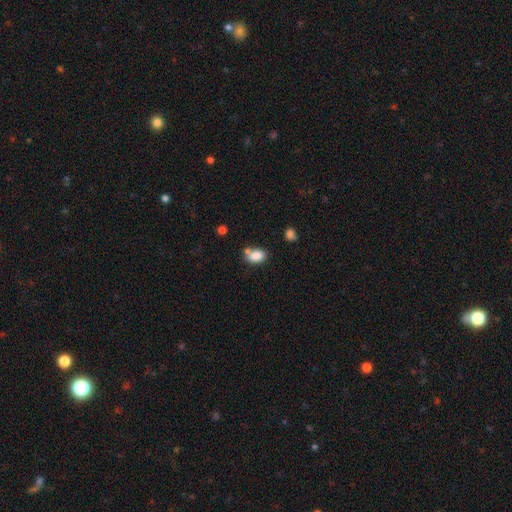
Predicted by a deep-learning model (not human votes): smooth-or-featured: smooth: 85% | star or artifact: 9% | featured or disk: 6%
  how-rounded: in between: 83% | round: 16% | cigar-shaped: 1%
  merging: none: 56% | merger: 22% | minor disturbance: 17% | major disturbance: 5%